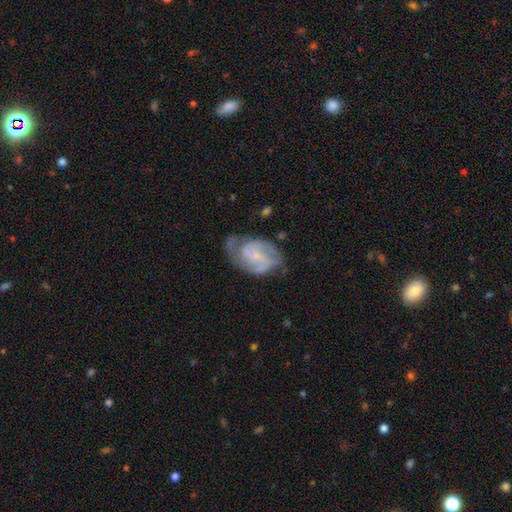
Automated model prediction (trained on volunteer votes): smooth_or_featured: featured or disk (p=0.74) [alt: smooth p=0.19]
disk_edge_on: no (p=0.97) [alt: yes p=0.03]
bar: weak (p=0.51) [alt: no p=0.33]
has_spiral_arms: yes (p=0.91) [alt: no p=0.09]
spiral_winding: medium (p=0.47) [alt: tight p=0.36]
spiral_arm_count: 2 (p=0.71) [alt: can't tell p=0.15]
bulge_size: small (p=0.48) [alt: none p=0.33]
merging: none (p=0.55) [alt: minor disturbance p=0.28]